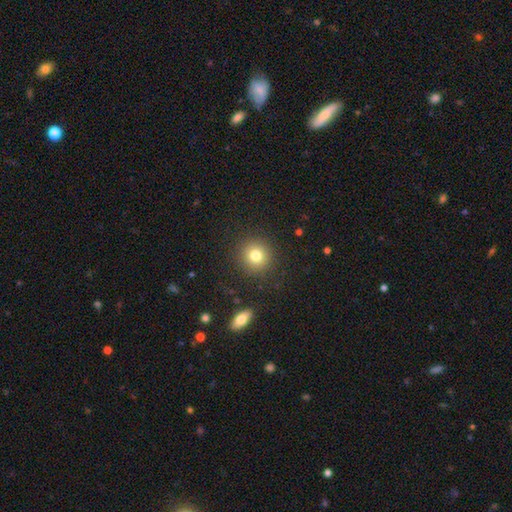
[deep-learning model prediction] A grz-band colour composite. It shows a smooth galaxy with no disk features (80%) that is round (91%). Merging: none (89%).